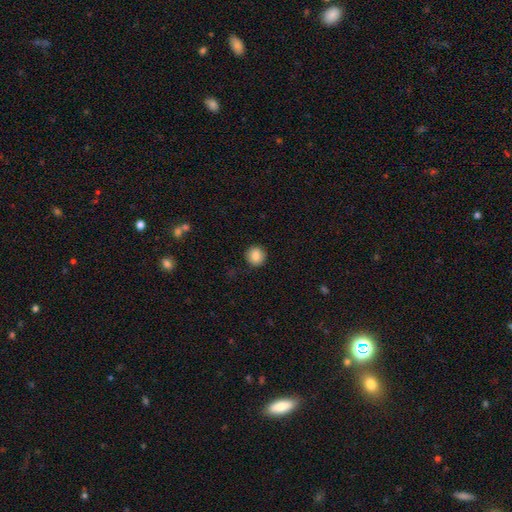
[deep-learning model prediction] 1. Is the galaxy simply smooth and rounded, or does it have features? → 87% smooth, 9% star or artifact, 4% featured or disk.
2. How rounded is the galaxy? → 93% round, 6% in between, 1% cigar-shaped.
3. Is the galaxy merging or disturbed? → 92% none, 5% minor disturbance, 2% major disturbance, 1% merger.